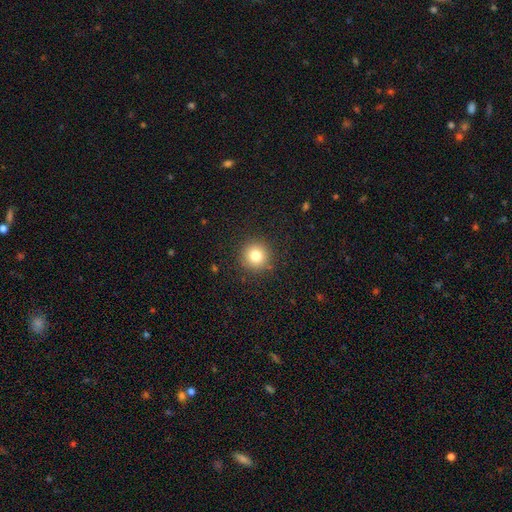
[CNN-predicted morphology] smooth-or-featured: smooth: 81% | star or artifact: 11% | featured or disk: 7%
  how-rounded: round: 95% | in between: 4% | cigar-shaped: 1%
  merging: none: 91% | minor disturbance: 6% | major disturbance: 2% | merger: 1%